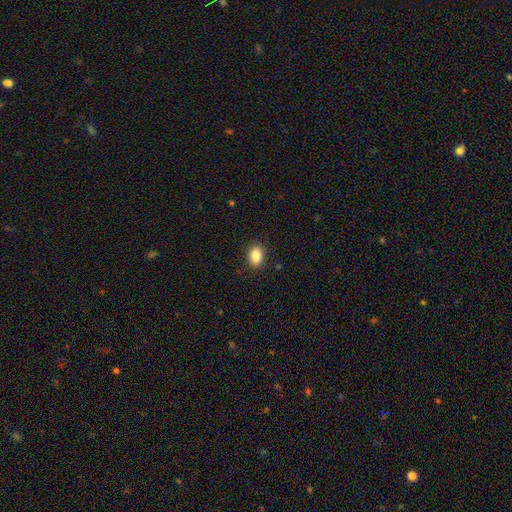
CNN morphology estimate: This is clearly a smooth galaxy (86%). How rounded: likely in between (76%). Merging: clearly none (89%).